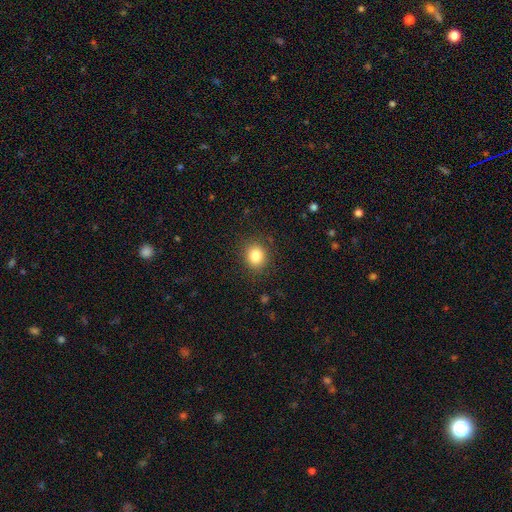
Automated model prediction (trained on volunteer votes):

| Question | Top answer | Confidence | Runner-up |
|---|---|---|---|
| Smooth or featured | smooth | 83% | star or artifact (11%) |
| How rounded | round | 80% | in between (20%) |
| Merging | none | 88% | minor disturbance (8%) |